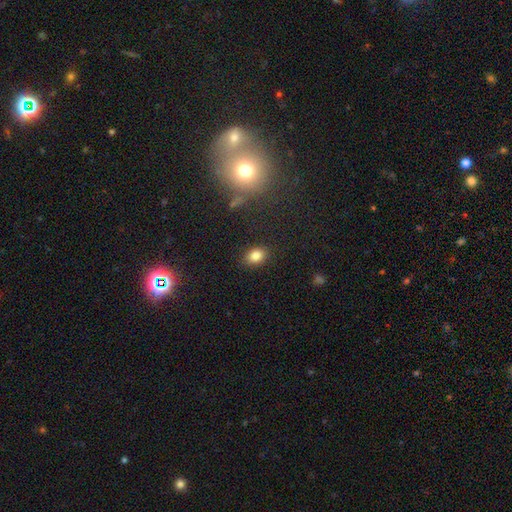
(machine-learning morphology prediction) Q: Smooth or featured?
A: smooth (83%); runner-up: star or artifact (11%)
Q: How rounded?
A: in between (72%); runner-up: round (27%)
Q: Merging?
A: none (87%); runner-up: minor disturbance (9%)